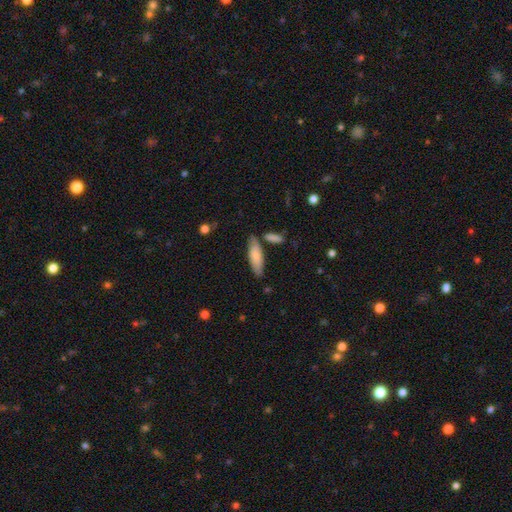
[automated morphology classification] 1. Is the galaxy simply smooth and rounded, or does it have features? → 81% smooth, 14% featured or disk, 5% star or artifact.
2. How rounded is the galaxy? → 50% in between, 48% cigar-shaped, 2% round.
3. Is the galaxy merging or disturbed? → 76% none, 14% minor disturbance, 7% merger, 3% major disturbance.